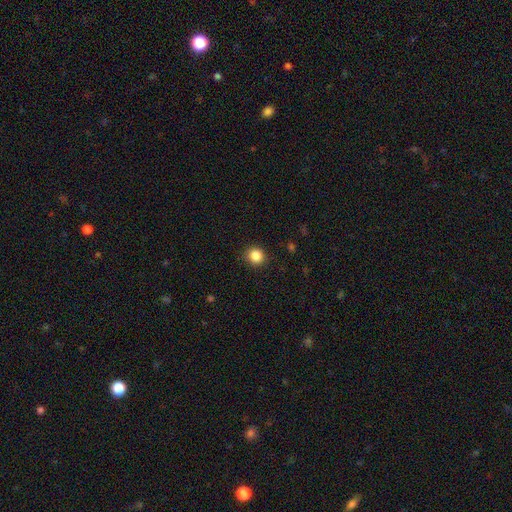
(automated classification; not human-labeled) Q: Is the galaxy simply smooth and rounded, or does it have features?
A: smooth — 86%.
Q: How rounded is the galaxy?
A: round — 89%.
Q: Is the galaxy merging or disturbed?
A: none — 90%.